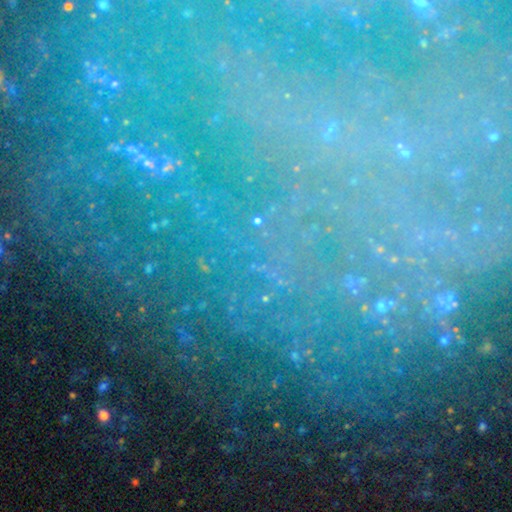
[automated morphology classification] This is likely a star or artifact rather than a galaxy (74%).